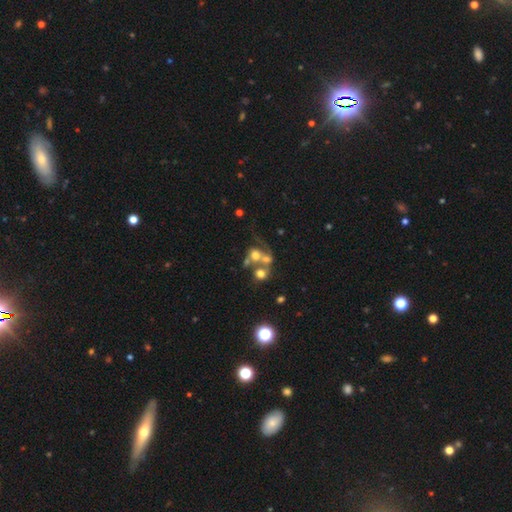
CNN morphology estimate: type=smooth (47%); merging=merger (58%).